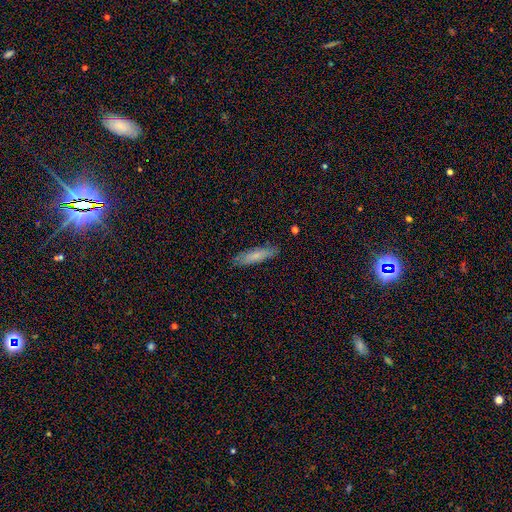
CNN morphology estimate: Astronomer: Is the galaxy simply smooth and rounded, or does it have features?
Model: smooth — 70%.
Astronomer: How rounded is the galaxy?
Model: cigar-shaped — 71%.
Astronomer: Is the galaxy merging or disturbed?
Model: none — 86%.